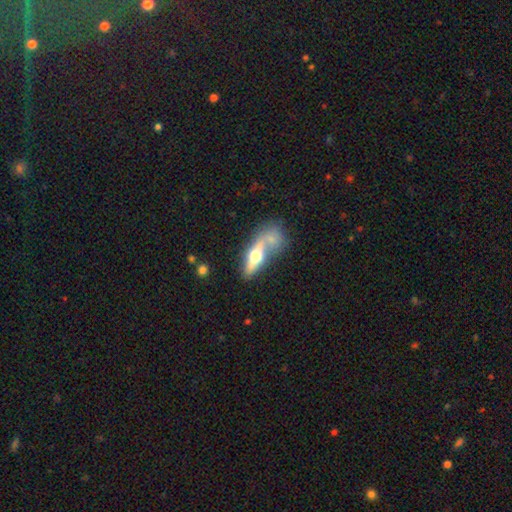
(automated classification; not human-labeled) A featured or disk galaxy (50%) viewed edge-on (78%).

Vote fractions:
- Smooth or featured? featured or disk: 50% / smooth: 43% / star or artifact: 7%
- Edge-on disk? yes: 78% / no: 22%
- Merging? none: 43% / merger: 33% / minor disturbance: 15% / major disturbance: 9%